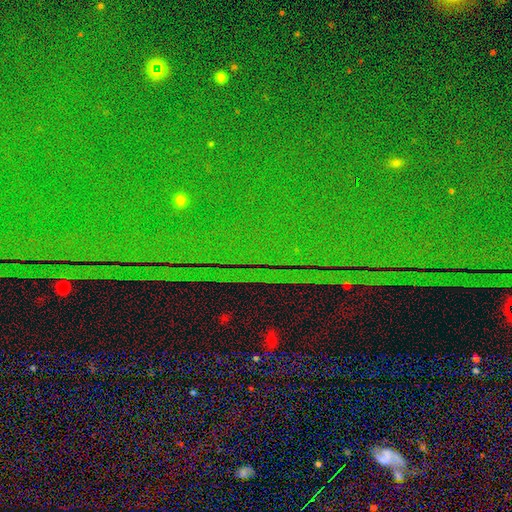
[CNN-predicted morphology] This appears to be a star or artifact, not a galaxy (87%).